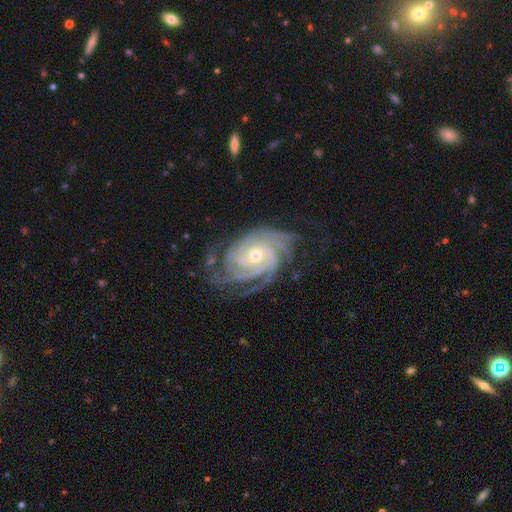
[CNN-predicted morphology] A featured or disk galaxy (91%) with no bar (71%), 4 (32%) tight (73%) spiral arms (98%) and a small central bulge (57%).

Vote fractions:
- Smooth or featured? featured or disk: 91% / star or artifact: 5% / smooth: 4%
- Edge-on disk? no: 97% / yes: 3%
- Bar? no: 71% / weak: 22% / strong: 7%
- Spiral arms? yes: 98% / no: 2%
- Spiral winding? tight: 73% / medium: 23% / loose: 4%
- Spiral arm count? 4: 32% / 3: 21% / can't tell: 18% / more than 4: 13% / 2: 10% / 1: 6%
- Bulge size? small: 57% / moderate: 40% / large: 2% / none: 1% / dominant: 1%
- Merging? none: 68% / minor disturbance: 20% / major disturbance: 10% / merger: 2%